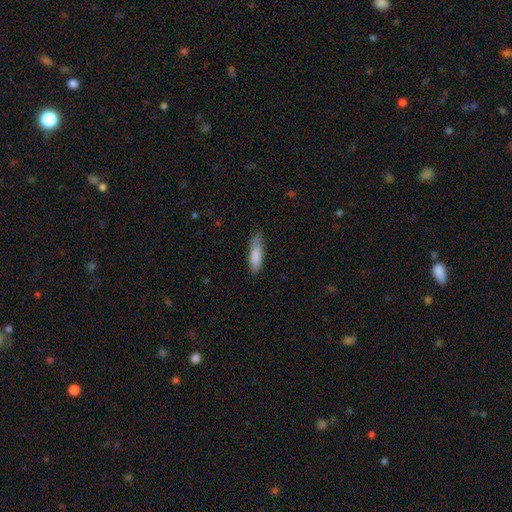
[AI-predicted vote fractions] Smooth or featured? Predicted: smooth (p=0.85). How rounded? Predicted: cigar-shaped (p=0.53). Merging? Predicted: none (p=0.72).